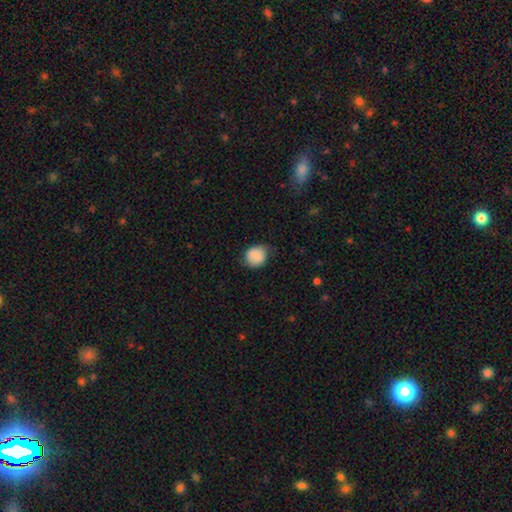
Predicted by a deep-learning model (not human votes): Morphology: type=smooth (78%); roundness=round (72%); merging=none (65%).